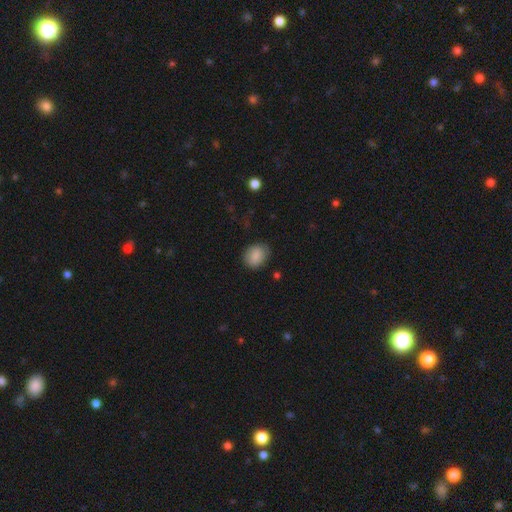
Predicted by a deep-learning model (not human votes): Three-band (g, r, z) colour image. It shows a smooth galaxy with no disk features (84%) that is in between round and cigar-shaped (52%). Merging: none (78%).